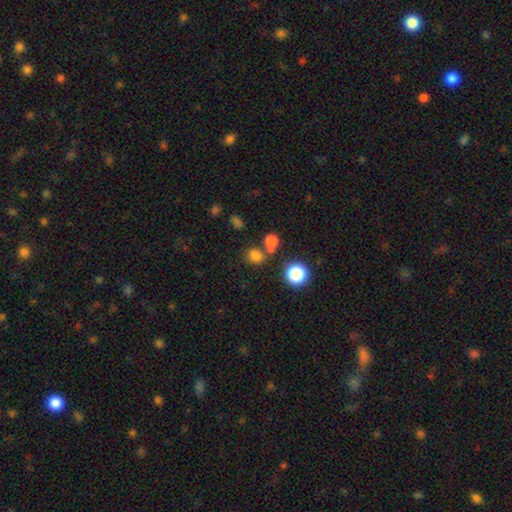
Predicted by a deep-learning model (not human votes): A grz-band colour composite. It shows a smooth galaxy with no disk features (74%) that is round (65%). Merging: none (64%).